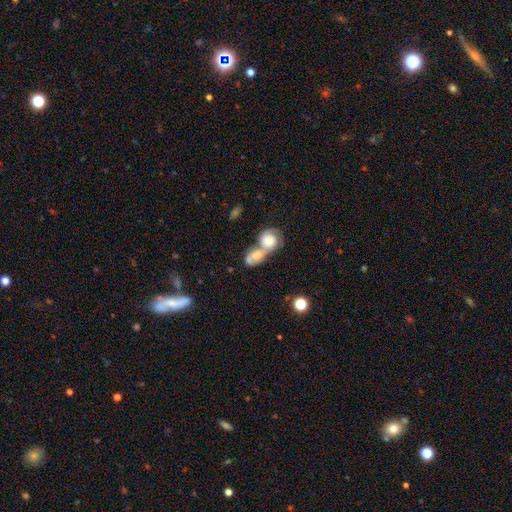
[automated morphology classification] A featured or disk galaxy (46%). Merging: merger (75%).